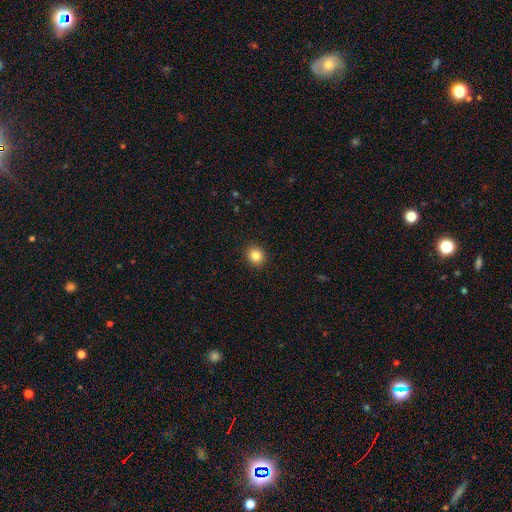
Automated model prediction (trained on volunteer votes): Smooth or featured: smooth — 84% (star or artifact — 11%)
How rounded: round — 83% (in between — 16%)
Merging: none — 92% (minor disturbance — 5%)